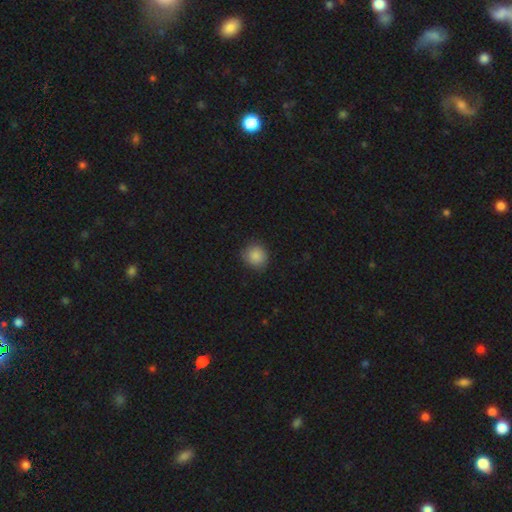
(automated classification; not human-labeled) This is clearly a smooth galaxy (86%). How rounded: clearly round (89%). Merging: clearly none (86%).